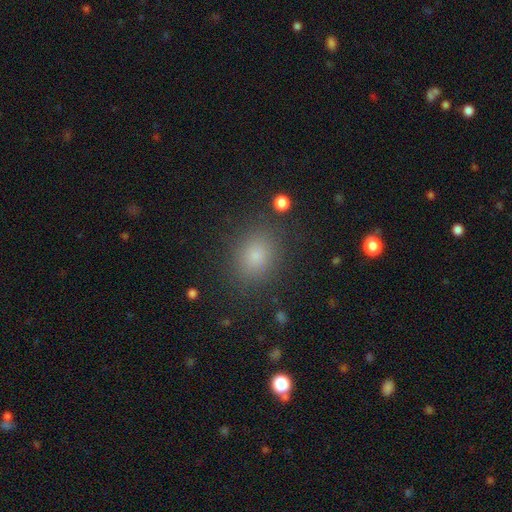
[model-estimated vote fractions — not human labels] Smooth or featured?
  - smooth: 80% *
  - star or artifact: 14%
  - featured or disk: 7%
How rounded?
  - in between: 51% *
  - round: 47%
  - cigar-shaped: 1%
Merging?
  - none: 85% *
  - minor disturbance: 10%
  - major disturbance: 4%
  - merger: 2%